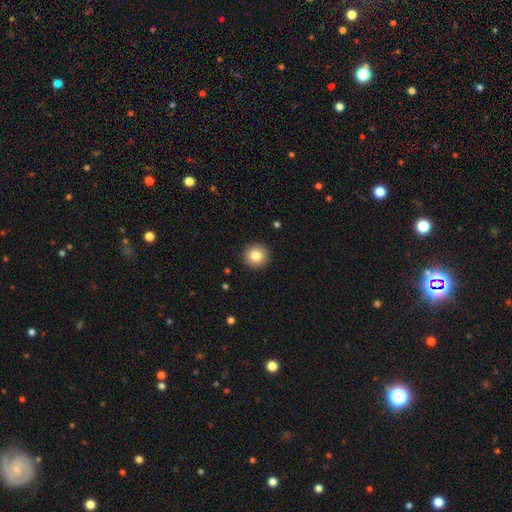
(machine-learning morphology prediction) smooth-or-featured: smooth: 83% | star or artifact: 9% | featured or disk: 8%
  how-rounded: round: 95% | in between: 4% | cigar-shaped: 1%
  merging: none: 93% | minor disturbance: 5% | major disturbance: 2% | merger: 1%